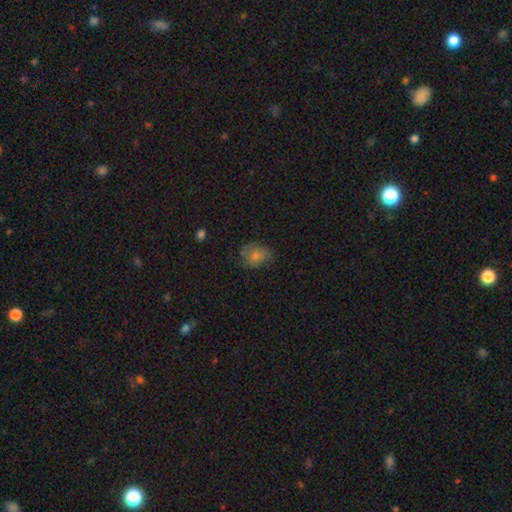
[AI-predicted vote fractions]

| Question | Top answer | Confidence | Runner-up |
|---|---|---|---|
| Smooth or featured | smooth | 55% | featured or disk (31%) |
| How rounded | in between | 51% | round (48%) |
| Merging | none | 64% | minor disturbance (24%) |